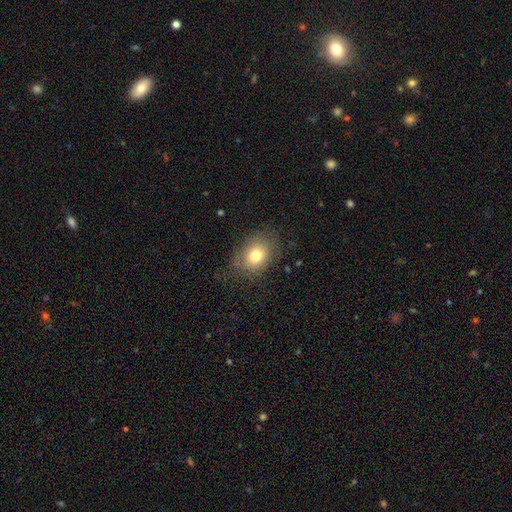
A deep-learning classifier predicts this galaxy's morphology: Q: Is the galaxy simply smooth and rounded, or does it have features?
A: smooth — 77%.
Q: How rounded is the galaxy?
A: in between — 56%.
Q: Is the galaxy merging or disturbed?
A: none — 73%.